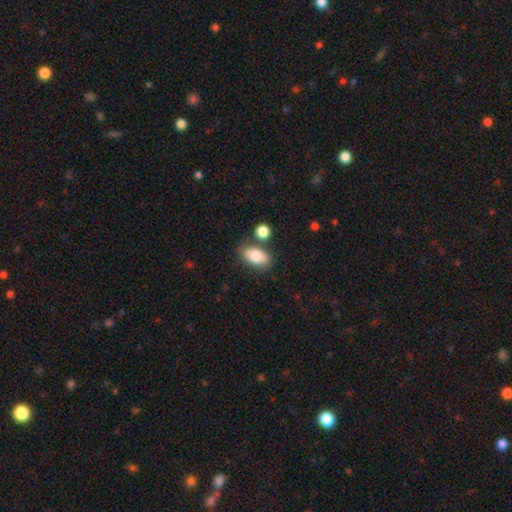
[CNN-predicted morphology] This appears to be a smooth galaxy with no disk features (82%) that is in between round and cigar-shaped (91%). Merging: none (69%).